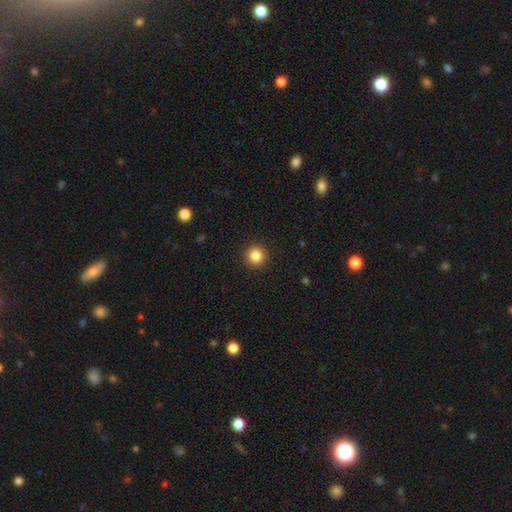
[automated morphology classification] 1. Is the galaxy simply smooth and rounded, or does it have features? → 85% smooth, 11% star or artifact, 4% featured or disk.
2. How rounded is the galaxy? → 95% round, 4% in between, 1% cigar-shaped.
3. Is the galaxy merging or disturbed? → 92% none, 5% minor disturbance, 2% major disturbance, 1% merger.